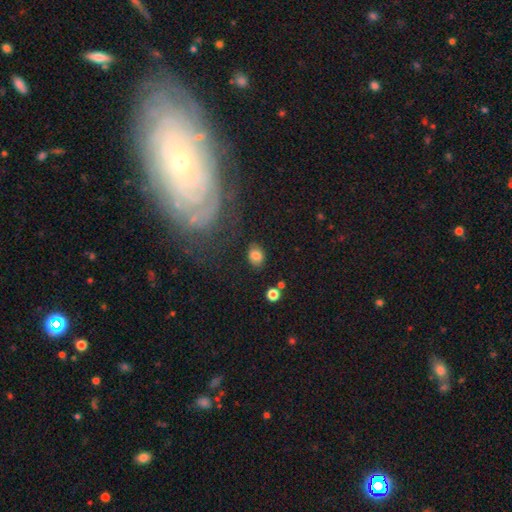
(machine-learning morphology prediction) Smooth or featured?
  - smooth: 81% *
  - star or artifact: 10%
  - featured or disk: 9%
How rounded?
  - in between: 57% *
  - round: 41%
  - cigar-shaped: 1%
Merging?
  - none: 81% *
  - minor disturbance: 11%
  - major disturbance: 4%
  - merger: 3%